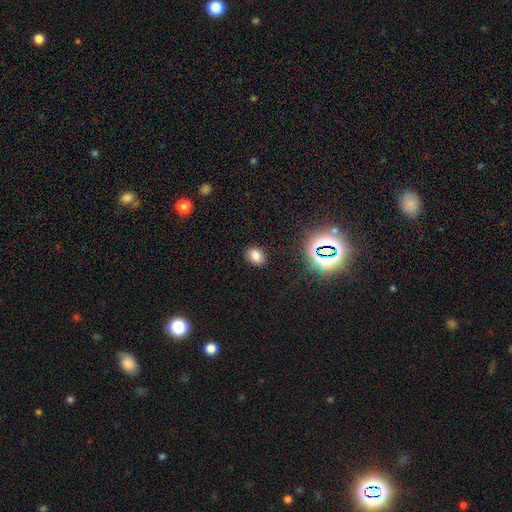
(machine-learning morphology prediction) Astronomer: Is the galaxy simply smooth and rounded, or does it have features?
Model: smooth — 75%.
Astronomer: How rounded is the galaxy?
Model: in between — 63%.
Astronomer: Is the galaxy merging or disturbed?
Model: none — 85%.